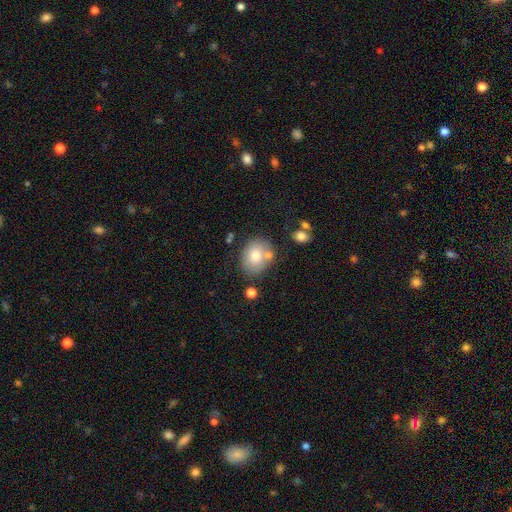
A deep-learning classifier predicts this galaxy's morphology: Smooth or featured? Predicted: smooth (p=0.74). How rounded? Predicted: round (p=0.51). Merging? Predicted: none (p=0.63).